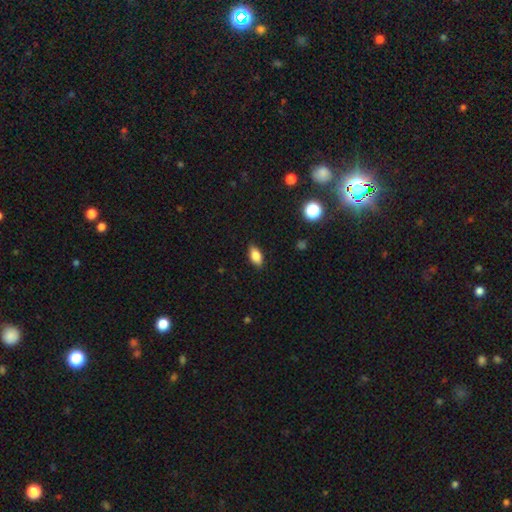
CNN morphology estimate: A smooth galaxy with no disk features (81%) that is in between round and cigar-shaped (88%).

Vote fractions:
- Smooth or featured? smooth: 81% / featured or disk: 10% / star or artifact: 9%
- How rounded? in between: 88% / cigar-shaped: 7% / round: 5%
- Merging? none: 88% / minor disturbance: 9% / major disturbance: 2% / merger: 1%